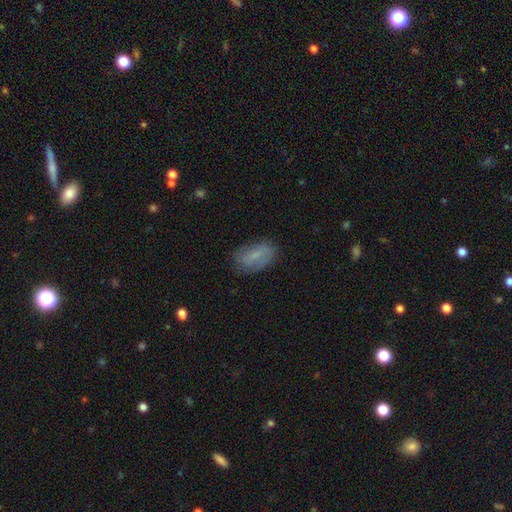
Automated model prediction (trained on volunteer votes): A smooth galaxy with no disk features (67%) that is in between round and cigar-shaped (89%).

Vote fractions:
- Smooth or featured? smooth: 67% / featured or disk: 25% / star or artifact: 8%
- How rounded? in between: 89% / cigar-shaped: 6% / round: 5%
- Merging? none: 76% / minor disturbance: 17% / major disturbance: 5% / merger: 1%